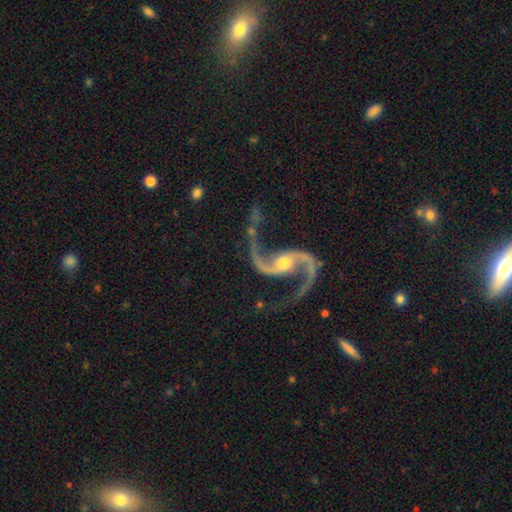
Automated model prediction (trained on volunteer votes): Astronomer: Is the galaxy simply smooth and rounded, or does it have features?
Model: featured or disk — 93%.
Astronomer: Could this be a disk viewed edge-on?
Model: no — 97%.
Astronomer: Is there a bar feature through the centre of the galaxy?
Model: no — 41% (runner-up: weak, 35%).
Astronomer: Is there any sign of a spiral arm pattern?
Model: yes — 98%.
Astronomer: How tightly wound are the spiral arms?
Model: loose — 53% (runner-up: medium, 39%).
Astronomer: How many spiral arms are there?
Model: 2 — 95%.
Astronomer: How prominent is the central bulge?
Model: small — 47% (runner-up: moderate, 44%).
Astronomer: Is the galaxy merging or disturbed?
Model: none — 72%.